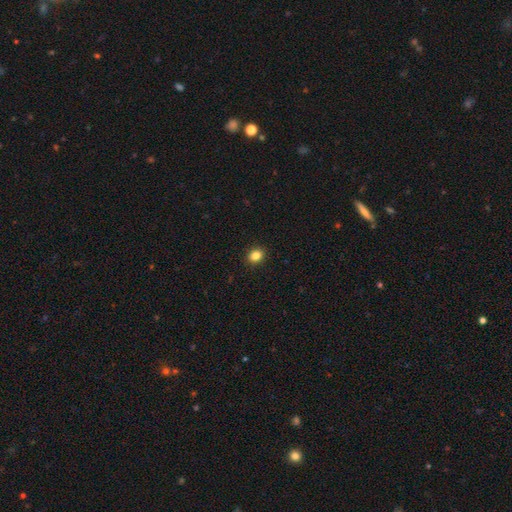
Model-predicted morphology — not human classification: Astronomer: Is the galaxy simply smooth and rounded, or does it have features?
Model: smooth — 85%.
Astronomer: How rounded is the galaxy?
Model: round — 56% (runner-up: in between, 43%).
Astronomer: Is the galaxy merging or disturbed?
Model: none — 92%.